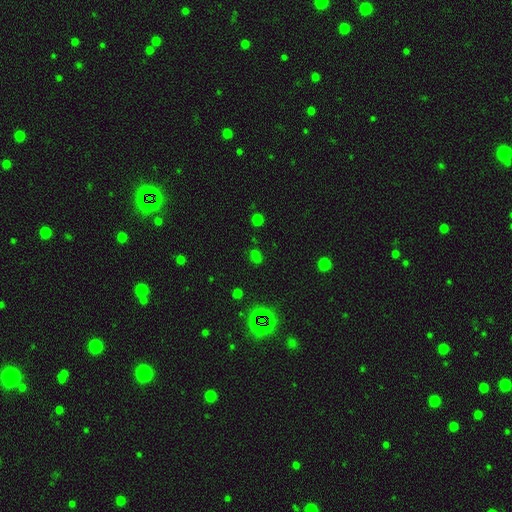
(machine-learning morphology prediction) A smooth galaxy with no disk features (46%).

Vote fractions:
- Smooth or featured? smooth: 46% / star or artifact: 45% / featured or disk: 8%
- Merging? none: 72% / minor disturbance: 15% / major disturbance: 7% / merger: 6%